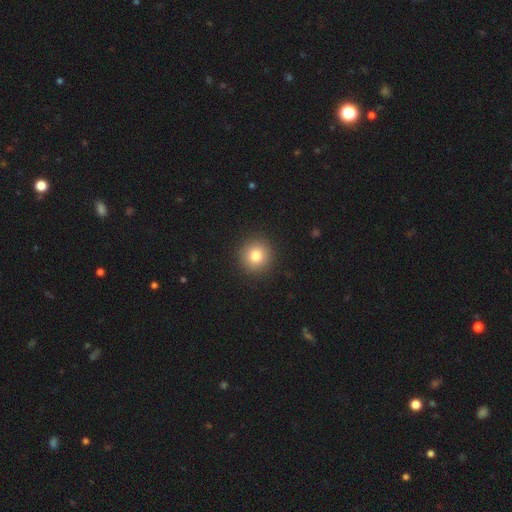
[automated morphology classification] Smooth or featured? smooth (82%)
How rounded? round (93%)
Merging? none (92%)